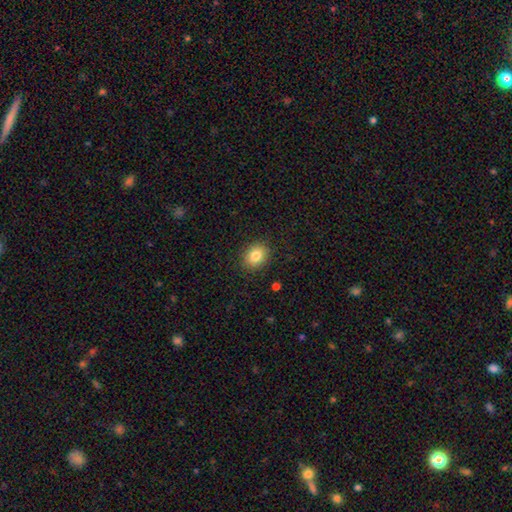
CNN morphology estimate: Overall: smooth (84%). How rounded: round (50%; in between 49%). Merging: none (88%).